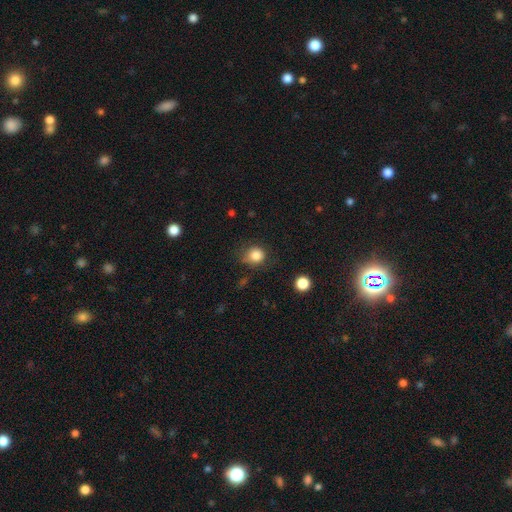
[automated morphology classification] A smooth galaxy with no disk features (83%) that is round (78%).

Vote fractions:
- Smooth or featured? smooth: 83% / star or artifact: 11% / featured or disk: 6%
- How rounded? round: 78% / in between: 21% / cigar-shaped: 1%
- Merging? none: 66% / minor disturbance: 24% / major disturbance: 8% / merger: 2%